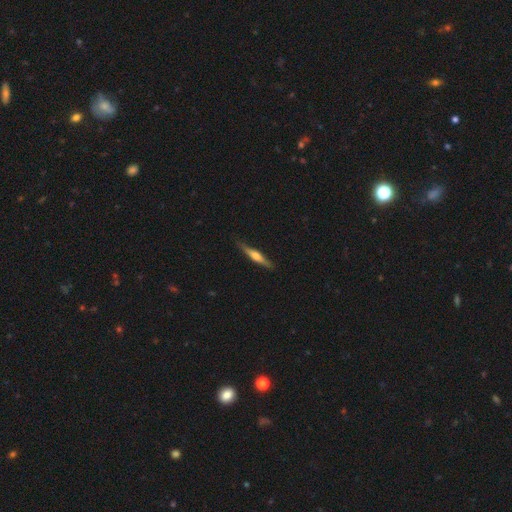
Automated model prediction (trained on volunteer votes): A featured or disk galaxy (61%) viewed edge-on (97%) with a rounded central bulge (81%). Merging: none (87%).